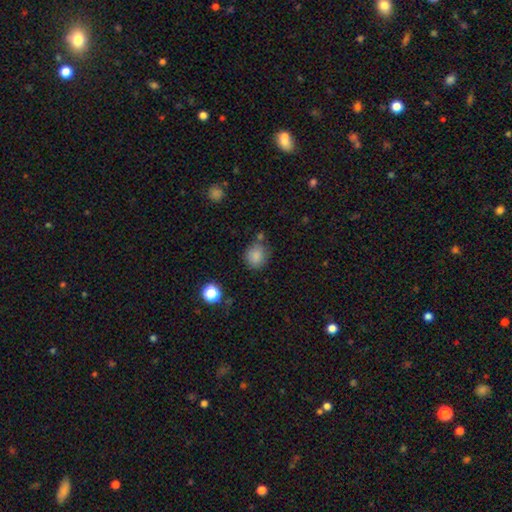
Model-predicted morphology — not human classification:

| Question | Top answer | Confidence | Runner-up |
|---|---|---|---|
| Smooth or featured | smooth | 84% | star or artifact (11%) |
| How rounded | round | 77% | in between (22%) |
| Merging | none | 69% | minor disturbance (18%) |